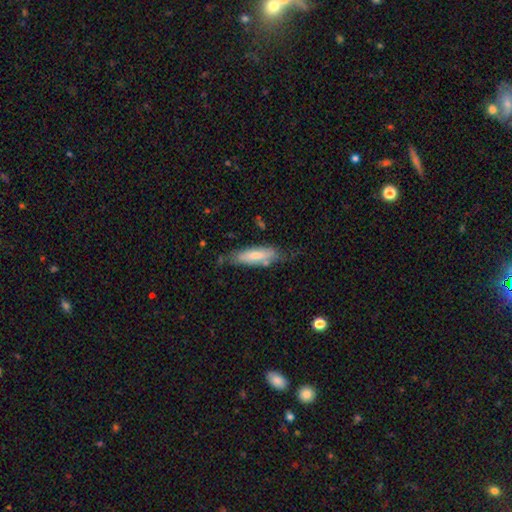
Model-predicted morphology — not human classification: Smooth or featured: smooth — 69% (featured or disk — 25%)
How rounded: cigar-shaped — 51% (in between — 47%)
Merging: none — 63% (minor disturbance — 25%)